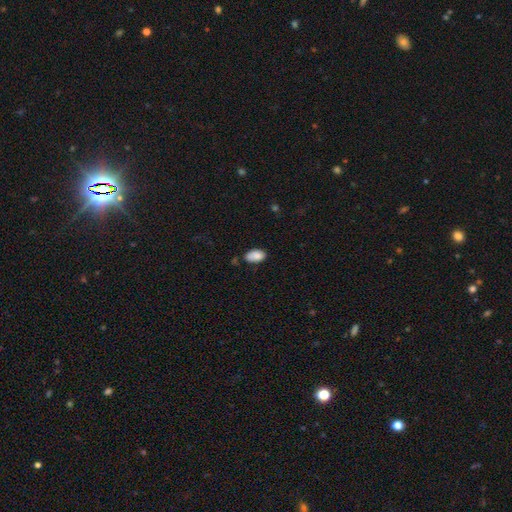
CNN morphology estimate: The model was most divided on "merging": none: 66%, minor disturbance: 26%, major disturbance: 5%, merger: 3%. More confident: how rounded — in between (93%); smooth or featured — smooth (86%).